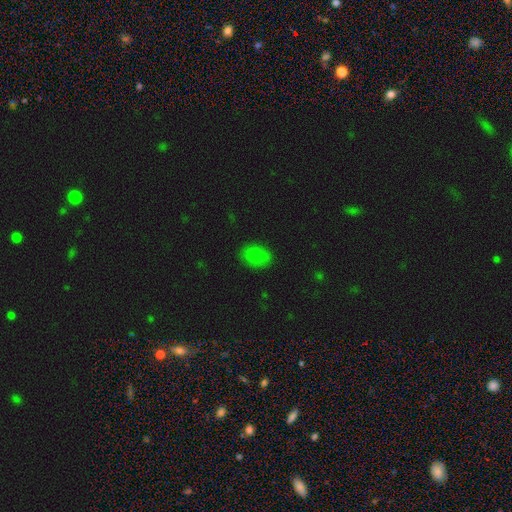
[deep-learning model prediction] Smooth or featured? smooth (82%)
How rounded? in between (77%)
Merging? none (81%)